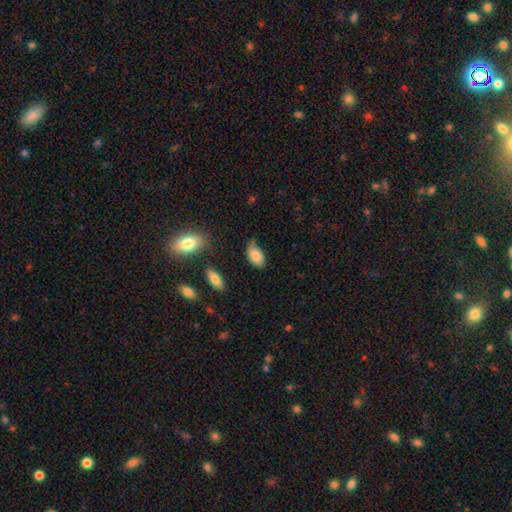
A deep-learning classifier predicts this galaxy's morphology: Smooth or featured? Predicted: smooth (p=0.84). How rounded? Predicted: in between (p=0.93). Merging? Predicted: none (p=0.59).